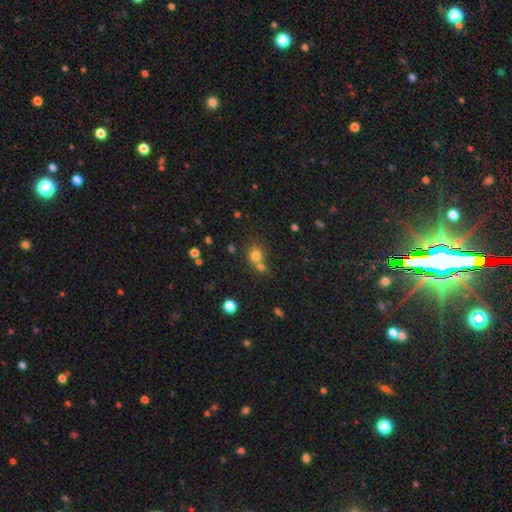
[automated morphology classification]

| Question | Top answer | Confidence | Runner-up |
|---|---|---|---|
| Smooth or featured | smooth | 73% | star or artifact (16%) |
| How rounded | round | 73% | in between (26%) |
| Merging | none | 44% | merger (43%) |